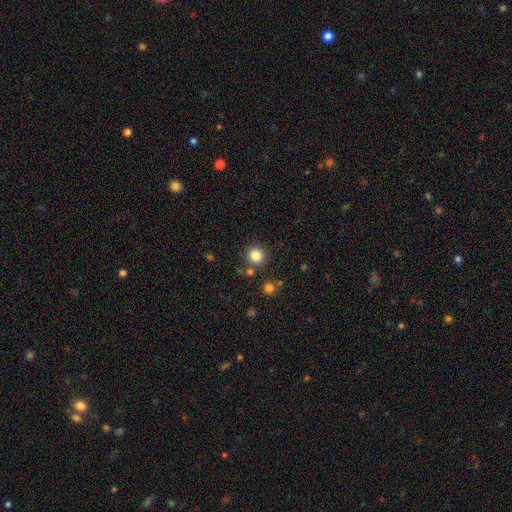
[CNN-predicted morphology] A smooth galaxy with no disk features (84%) that is round (93%).

Vote fractions:
- Smooth or featured? smooth: 84% / star or artifact: 11% / featured or disk: 4%
- How rounded? round: 93% / in between: 6% / cigar-shaped: 1%
- Merging? none: 84% / minor disturbance: 7% / merger: 6% / major disturbance: 3%